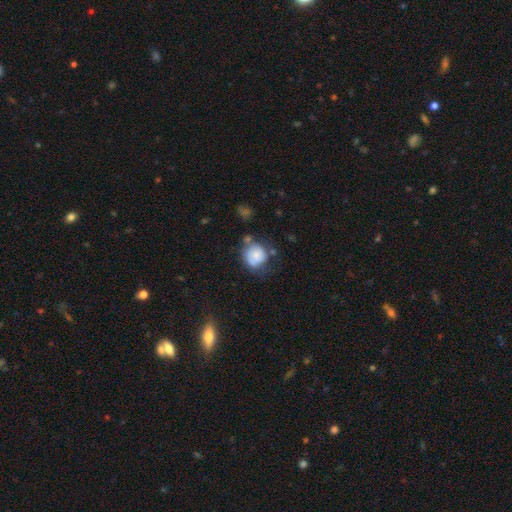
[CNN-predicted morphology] Overall: smooth (69%). How rounded: round (79%). Merging: none (46%; minor disturbance 28%).